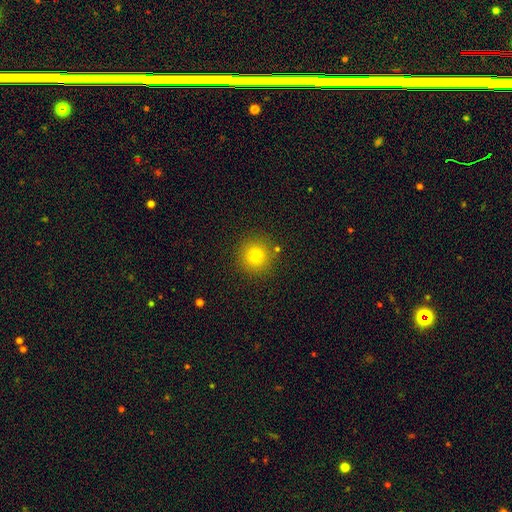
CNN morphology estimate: smooth-or-featured: smooth: 78% | star or artifact: 14% | featured or disk: 8%
  how-rounded: round: 94% | in between: 5% | cigar-shaped: 1%
  merging: none: 88% | minor disturbance: 7% | merger: 3% | major disturbance: 3%